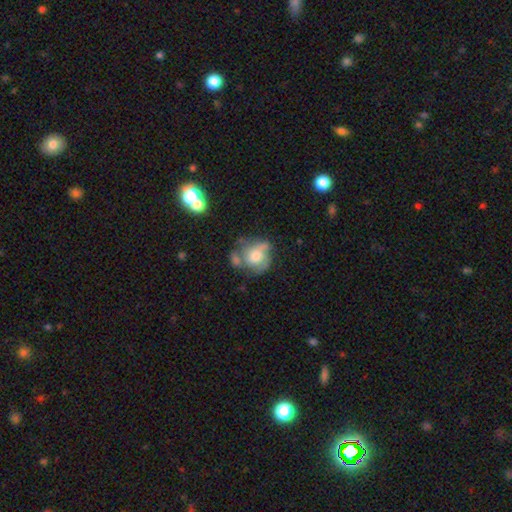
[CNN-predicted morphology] A featured or disk galaxy (55%) with no bar (79%), spiral arms (75%) and a moderate central bulge (59%).

Vote fractions:
- Smooth or featured? featured or disk: 55% / smooth: 36% / star or artifact: 9%
- Edge-on disk? no: 97% / yes: 3%
- Bar? no: 79% / weak: 18% / strong: 3%
- Spiral arms? yes: 75% / no: 25%
- Bulge size? moderate: 59% / small: 19% / large: 17% / none: 4% / dominant: 2%
- Merging? none: 43% / minor disturbance: 23% / major disturbance: 18% / merger: 17%